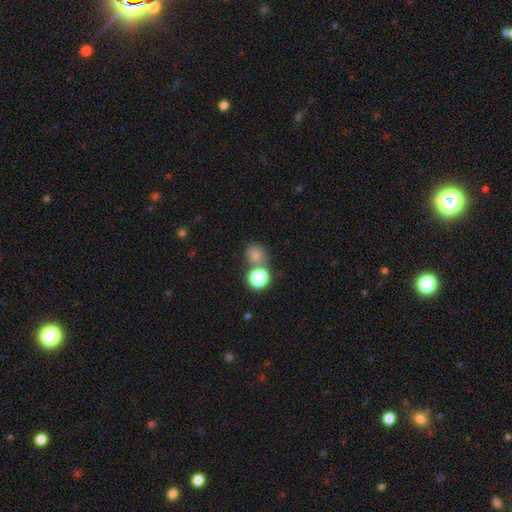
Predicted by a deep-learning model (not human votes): Q: Smooth or featured?
A: smooth (75%); runner-up: star or artifact (18%)
Q: How rounded?
A: round (76%); runner-up: in between (23%)
Q: Merging?
A: none (54%); runner-up: merger (30%)